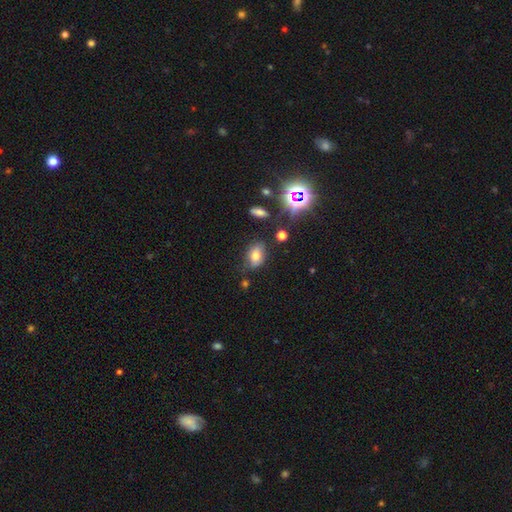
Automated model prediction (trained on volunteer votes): smooth_or_featured: smooth (p=0.68) [alt: star or artifact p=0.17]
how_rounded: in between (p=0.80) [alt: round p=0.18]
merging: none (p=0.72) [alt: minor disturbance p=0.19]